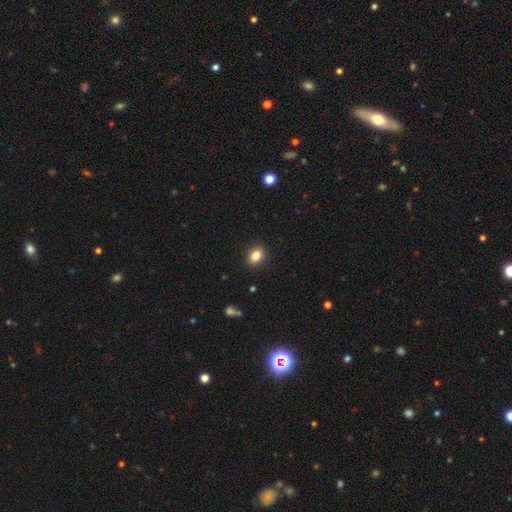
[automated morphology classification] Smooth or featured?
  - smooth: 84% *
  - star or artifact: 9%
  - featured or disk: 7%
How rounded?
  - in between: 74% *
  - round: 24%
  - cigar-shaped: 2%
Merging?
  - none: 90% *
  - minor disturbance: 7%
  - major disturbance: 2%
  - merger: 1%